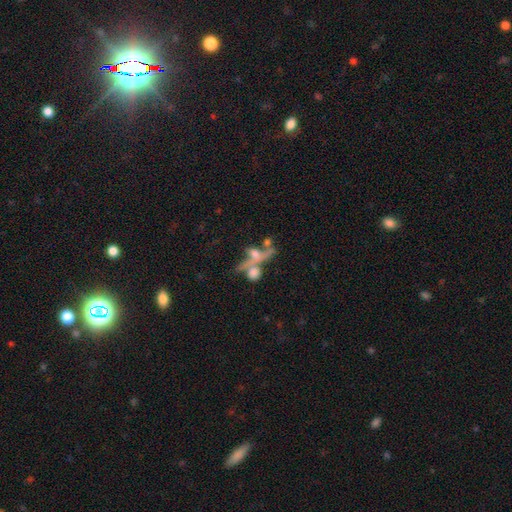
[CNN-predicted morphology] featured or disk 54%, smooth 30%, star or artifact 16%. Down the decision tree: edge-on disk — no (52%); merging — merger (40%).